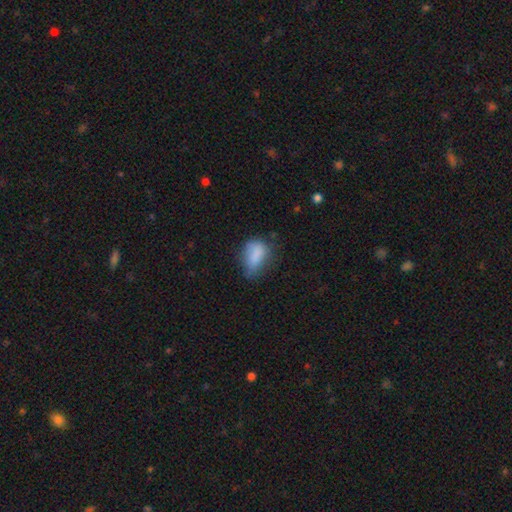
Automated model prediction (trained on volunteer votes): A smooth galaxy with no disk features (79%) that is in between round and cigar-shaped (83%).

Vote fractions:
- Smooth or featured? smooth: 79% / featured or disk: 12% / star or artifact: 10%
- How rounded? in between: 83% / round: 14% / cigar-shaped: 4%
- Merging? minor disturbance: 39% / none: 37% / major disturbance: 21% / merger: 3%